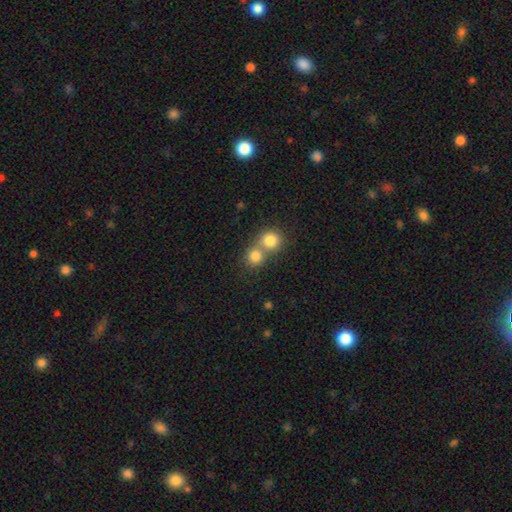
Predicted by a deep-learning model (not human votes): Q: Smooth or featured?
A: smooth (81%); runner-up: star or artifact (11%)
Q: How rounded?
A: round (87%); runner-up: in between (12%)
Q: Merging?
A: merger (51%); runner-up: none (42%)